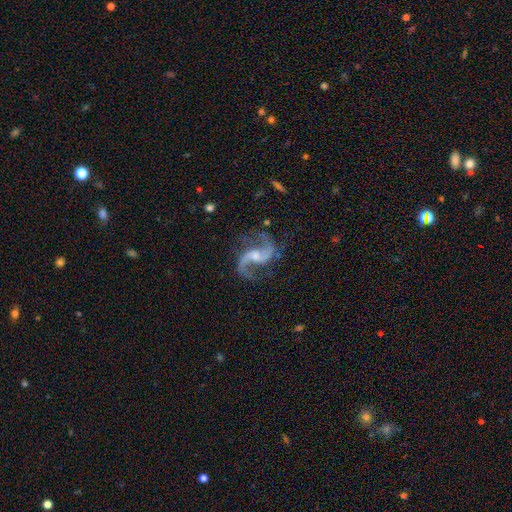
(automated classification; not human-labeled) Morphology: type=featured or disk (93%); edge-on=no (98%); bar=weak (44%); spiral arms=yes (98%); winding=loose (59%); arm count=2 (93%); bulge=small (46%); merging=none (75%).